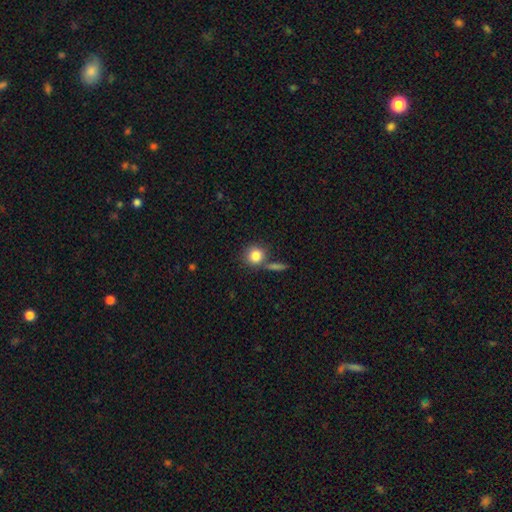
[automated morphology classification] Smooth or featured? smooth (83%)
How rounded? round (87%)
Merging? none (67%)